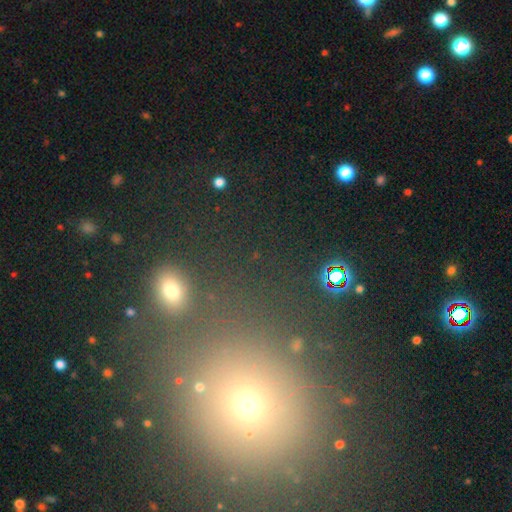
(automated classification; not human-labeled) Q: Smooth or featured?
A: star or artifact (45%); runner-up: smooth (44%)